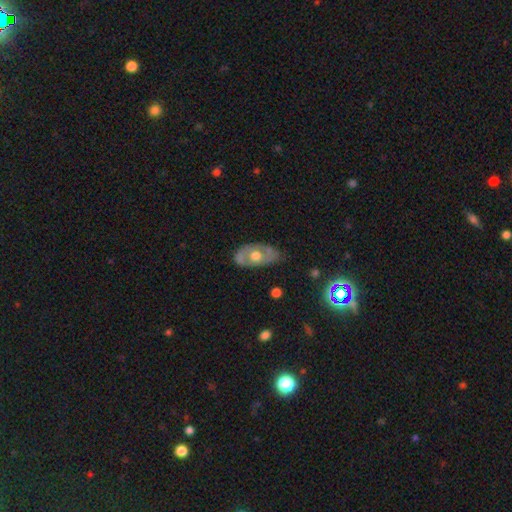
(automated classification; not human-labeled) This appears to be a featured or disk galaxy (57%). Merging: none (66%).